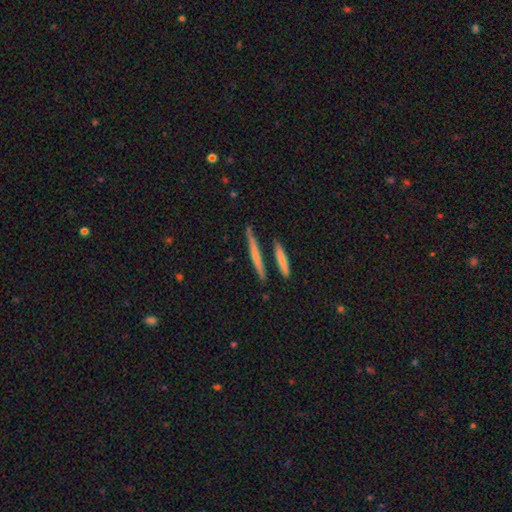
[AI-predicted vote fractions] A smooth galaxy with no disk features (49%). Merging: none (82%).